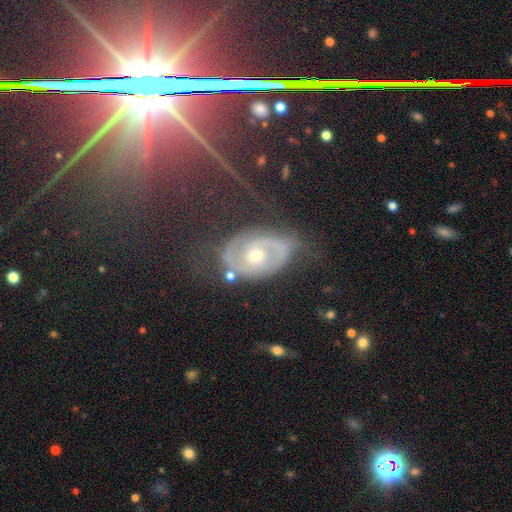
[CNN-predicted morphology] A featured or disk galaxy (75%) with no bar (74%), 2 (62%) tight (58%) spiral arms (78%) and a moderate central bulge (52%). Merging: none (69%).